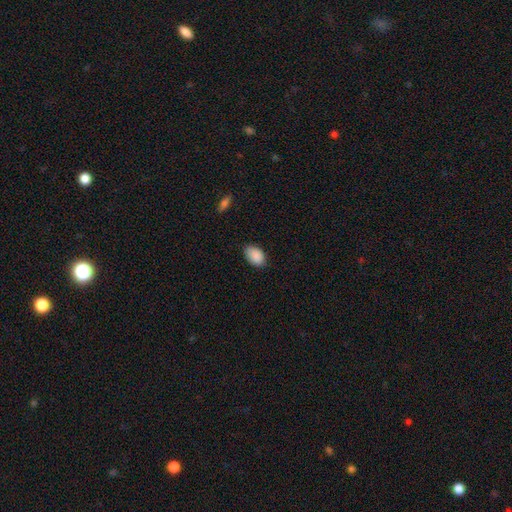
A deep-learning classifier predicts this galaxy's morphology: smooth 90%, star or artifact 7%, featured or disk 3%. Down the decision tree: how rounded — in between (90%); merging — none (79%).